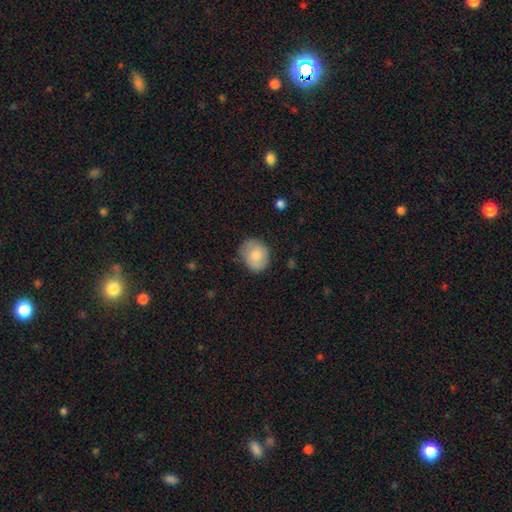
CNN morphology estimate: Smooth or featured? smooth (79%)
How rounded? round (56%)
Merging? none (73%)